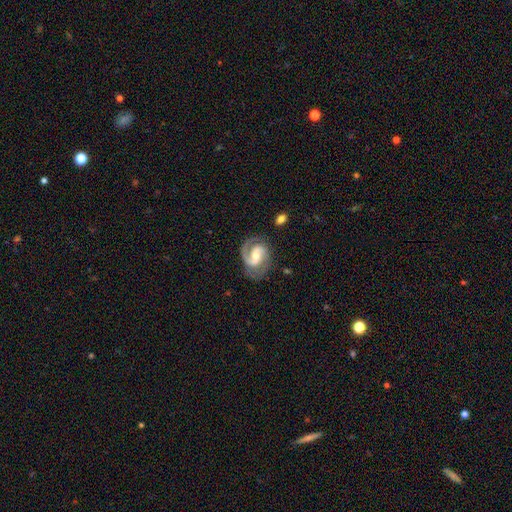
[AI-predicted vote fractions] featured or disk 90%, smooth 6%, star or artifact 4%. Down the decision tree: edge-on disk — no (98%); bar — weak (48%); spiral arms — yes (97%); spiral arm count — 2 (84%); spiral winding — medium (55%); bulge size — moderate (57%); merging — none (76%).